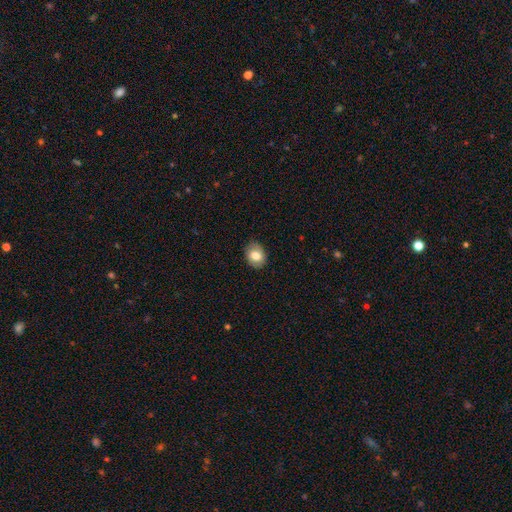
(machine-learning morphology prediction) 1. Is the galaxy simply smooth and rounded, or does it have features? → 77% smooth, 15% featured or disk, 8% star or artifact.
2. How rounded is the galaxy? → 61% in between, 38% round, 1% cigar-shaped.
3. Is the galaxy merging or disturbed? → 83% none, 13% minor disturbance, 3% major disturbance, 1% merger.